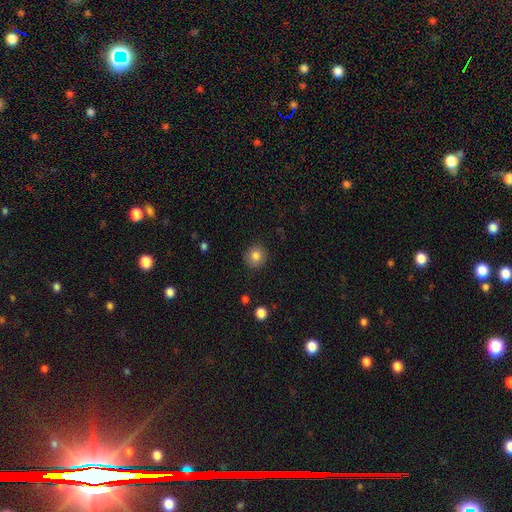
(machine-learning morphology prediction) type=smooth (83%); roundness=round (90%); merging=none (89%).